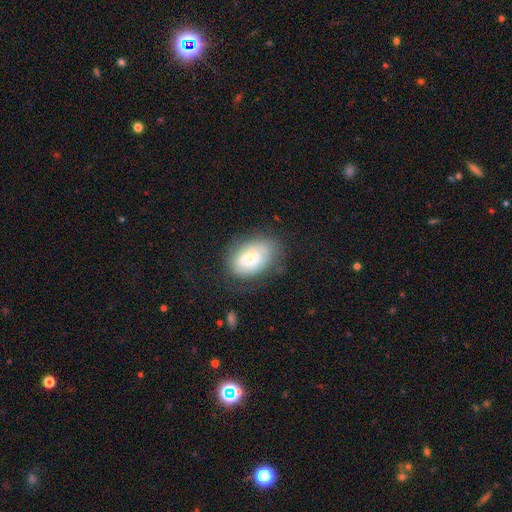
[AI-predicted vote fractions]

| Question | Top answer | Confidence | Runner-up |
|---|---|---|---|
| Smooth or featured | smooth | 56% | featured or disk (36%) |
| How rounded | in between | 87% | round (11%) |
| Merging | none | 63% | minor disturbance (24%) |